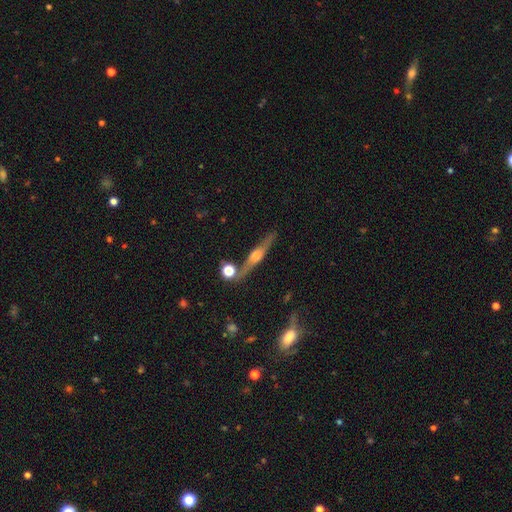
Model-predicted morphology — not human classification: Smooth or featured?
  - featured or disk: 76% *
  - smooth: 16%
  - star or artifact: 8%
Edge-on disk?
  - yes: 96% *
  - no: 4%
Edge-on bulge?
  - rounded: 87% *
  - boxy: 9%
  - none: 4%
Merging?
  - none: 80% *
  - minor disturbance: 10%
  - merger: 7%
  - major disturbance: 3%